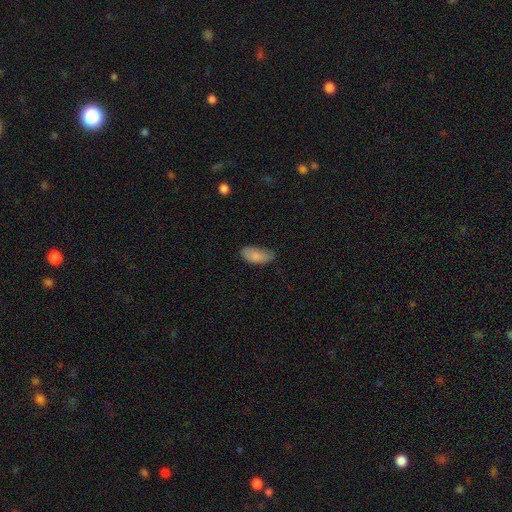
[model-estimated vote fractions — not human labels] A smooth galaxy with no disk features (85%) that is in between round and cigar-shaped (91%).

Vote fractions:
- Smooth or featured? smooth: 85% / featured or disk: 8% / star or artifact: 7%
- How rounded? in between: 91% / cigar-shaped: 7% / round: 2%
- Merging? none: 66% / minor disturbance: 28% / major disturbance: 5% / merger: 1%